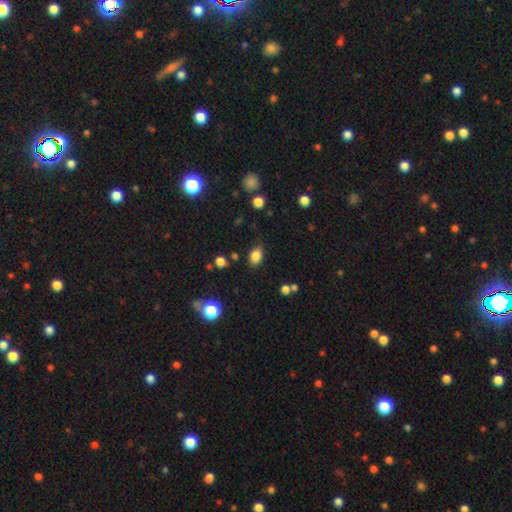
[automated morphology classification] Smooth or featured: smooth — 84% (star or artifact — 10%)
How rounded: in between — 78% (round — 21%)
Merging: none — 76% (minor disturbance — 17%)